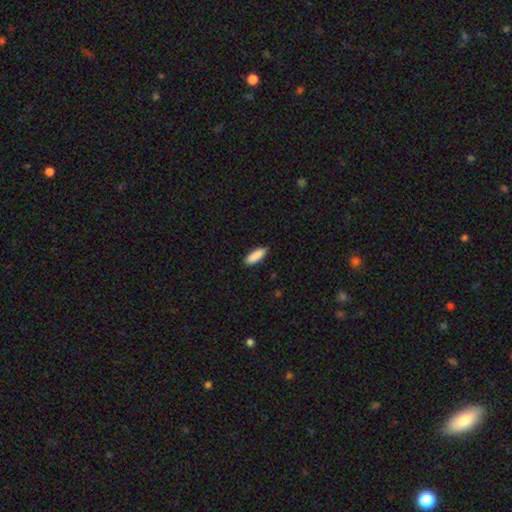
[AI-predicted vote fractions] Smooth or featured? smooth (90%)
How rounded? in between (63%)
Merging? none (88%)